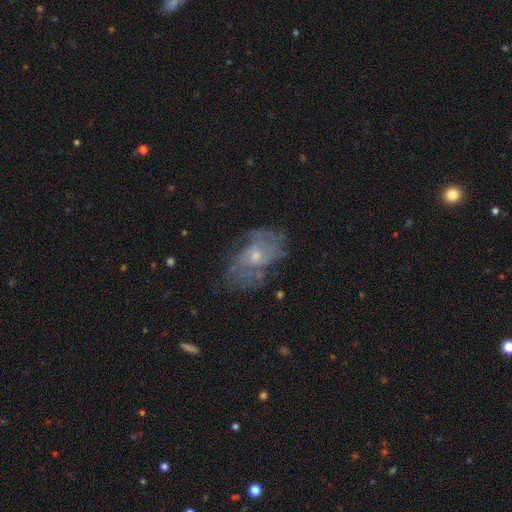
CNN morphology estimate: A featured or disk galaxy (66%) with no bar (73%), spiral arms (62%) and a small central bulge (53%). Merging: none (57%).